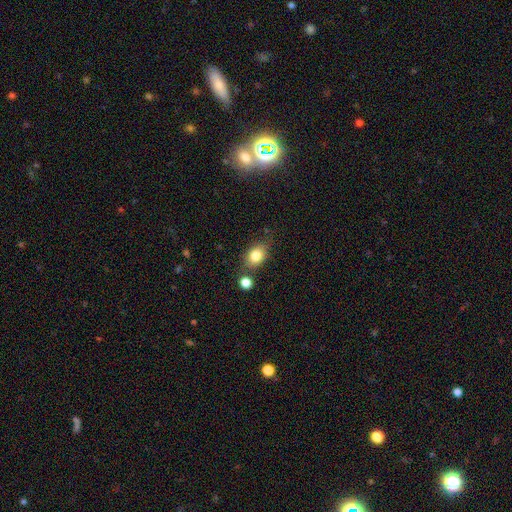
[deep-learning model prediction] Q: Smooth or featured?
A: smooth (80%); runner-up: featured or disk (10%)
Q: How rounded?
A: in between (68%); runner-up: round (30%)
Q: Merging?
A: none (68%); runner-up: minor disturbance (17%)